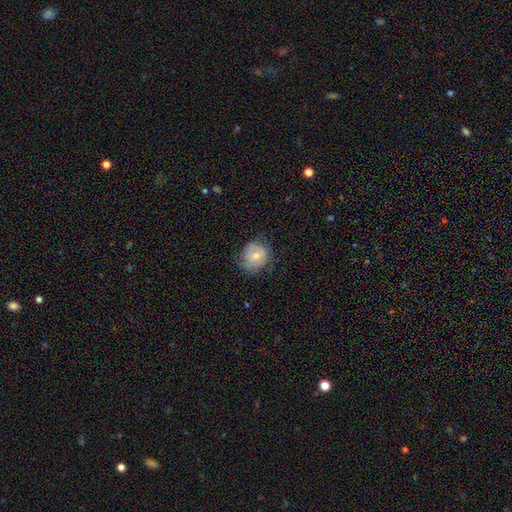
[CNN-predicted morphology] A smooth galaxy with no disk features (66%) that is round (77%).

Vote fractions:
- Smooth or featured? smooth: 66% / featured or disk: 27% / star or artifact: 7%
- How rounded? round: 77% / in between: 22% / cigar-shaped: 1%
- Merging? none: 66% / minor disturbance: 25% / major disturbance: 8% / merger: 1%